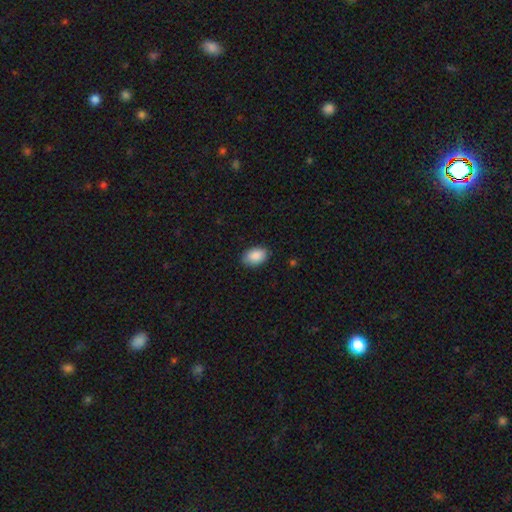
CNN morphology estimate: The model was most divided on "merging": none: 86%, minor disturbance: 11%, major disturbance: 2%, merger: 1%. More confident: how rounded — in between (91%); smooth or featured — smooth (90%).